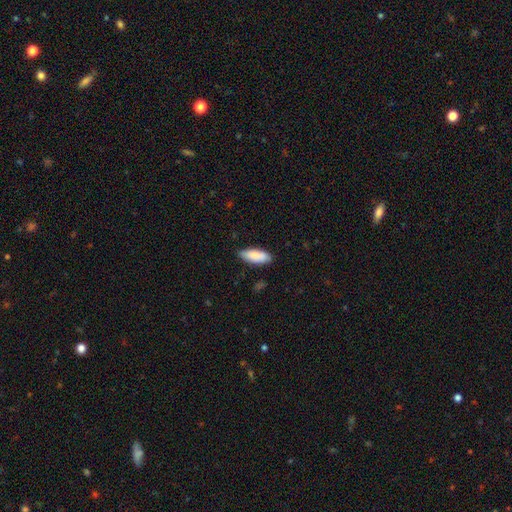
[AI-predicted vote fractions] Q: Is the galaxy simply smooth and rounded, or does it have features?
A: smooth — 85%.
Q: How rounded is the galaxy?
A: in between — 74%.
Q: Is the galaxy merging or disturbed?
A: none — 81%.